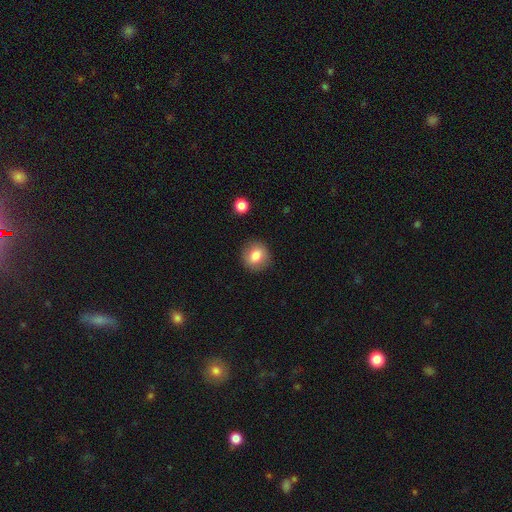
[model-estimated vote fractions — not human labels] smooth 80%, featured or disk 11%, star or artifact 9%. Down the decision tree: how rounded — round (82%); merging — none (88%).